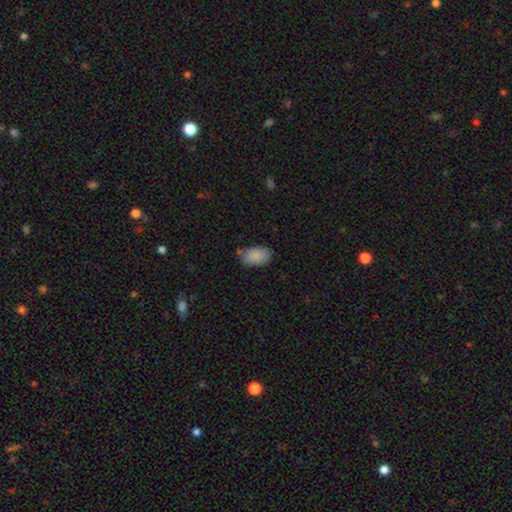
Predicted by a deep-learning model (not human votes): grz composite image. It shows a smooth galaxy with no disk features (88%) that is in between round and cigar-shaped (93%). Merging: none (73%).